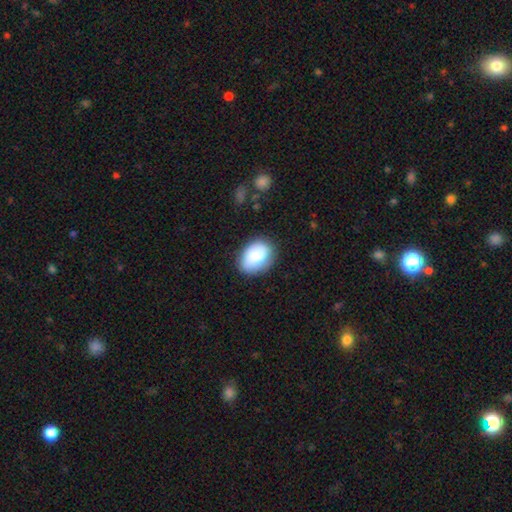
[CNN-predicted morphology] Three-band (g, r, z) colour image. It shows a smooth galaxy with no disk features (81%) that is in between round and cigar-shaped (71%). Merging: none (76%).